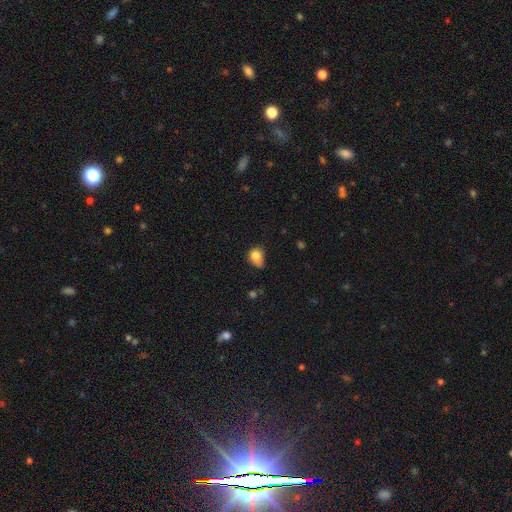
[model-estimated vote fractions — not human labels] Q: Smooth or featured?
A: smooth (80%); runner-up: star or artifact (10%)
Q: How rounded?
A: in between (50%); runner-up: round (48%)
Q: Merging?
A: minor disturbance (45%); runner-up: none (30%)